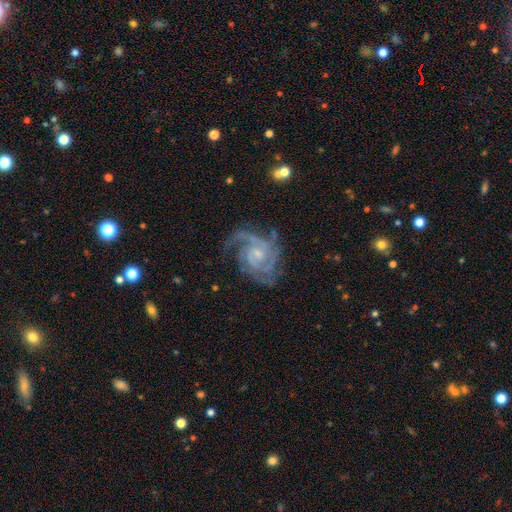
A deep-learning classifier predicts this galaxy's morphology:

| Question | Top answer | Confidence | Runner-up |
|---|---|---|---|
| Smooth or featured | featured or disk | 83% | star or artifact (10%) |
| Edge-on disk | no | 98% | yes (2%) |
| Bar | no | 65% | weak (29%) |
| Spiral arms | yes | 98% | no (2%) |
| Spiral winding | tight | 50% | medium (40%) |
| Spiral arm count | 3 | 35% | 2 (24%) |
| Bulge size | small | 61% | moderate (31%) |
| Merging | none | 71% | minor disturbance (16%) |